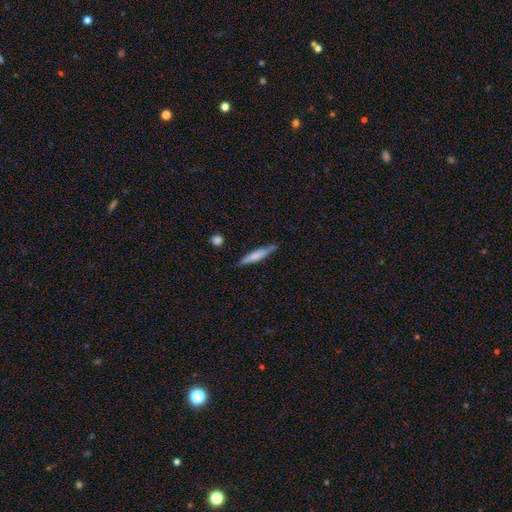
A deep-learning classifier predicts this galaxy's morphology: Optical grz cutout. It shows a smooth galaxy with no disk features (62%) that is cigar-shaped (92%). Merging: none (84%).